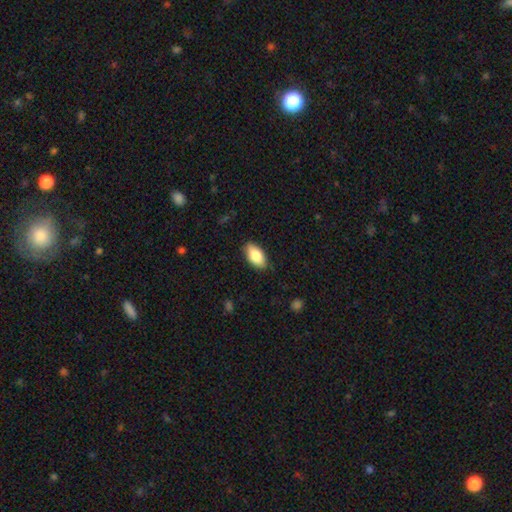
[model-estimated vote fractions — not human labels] The model was most divided on "smooth or featured": smooth: 84%, featured or disk: 10%, star or artifact: 6%. More confident: how rounded — in between (93%); merging — none (86%).